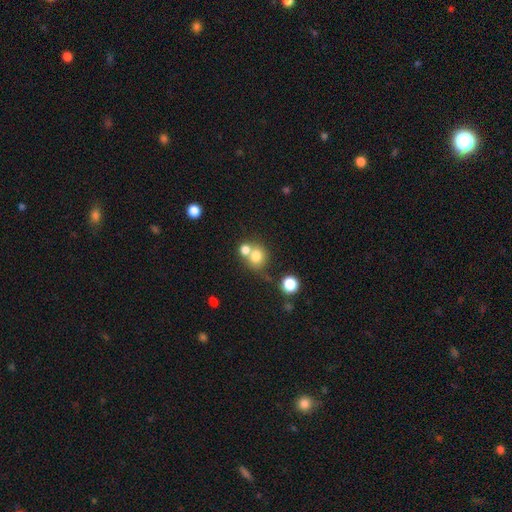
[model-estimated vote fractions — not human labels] A smooth galaxy with no disk features (76%) that is round (80%).

Vote fractions:
- Smooth or featured? smooth: 76% / star or artifact: 13% / featured or disk: 12%
- How rounded? round: 80% / in between: 20% / cigar-shaped: 1%
- Merging? none: 47% / merger: 41% / minor disturbance: 9% / major disturbance: 4%